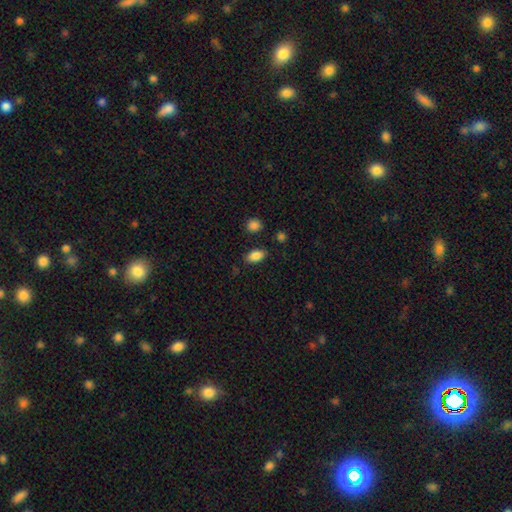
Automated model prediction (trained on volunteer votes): Smooth or featured?
  - smooth: 87% *
  - star or artifact: 8%
  - featured or disk: 5%
How rounded?
  - in between: 91% *
  - round: 7%
  - cigar-shaped: 3%
Merging?
  - none: 84% *
  - minor disturbance: 10%
  - major disturbance: 3%
  - merger: 3%